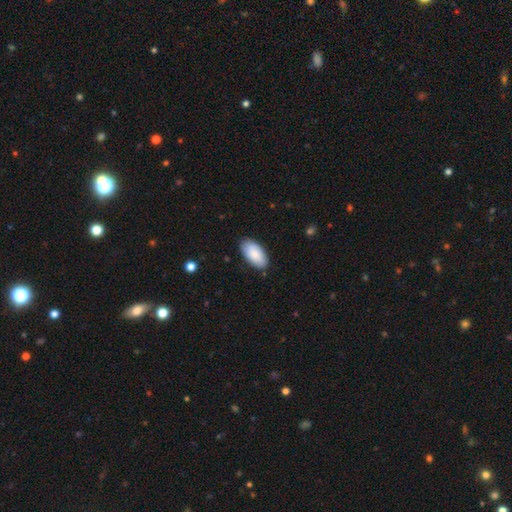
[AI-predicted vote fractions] Smooth or featured? Predicted: smooth (p=0.88). How rounded? Predicted: in between (p=0.95). Merging? Predicted: none (p=0.85).